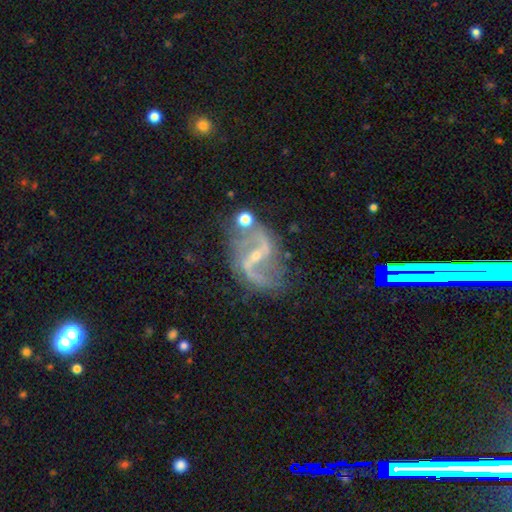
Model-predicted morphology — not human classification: A featured or disk galaxy (89%) with a strong bar (44%), 2 (93%) loose (64%) spiral arms (96%) and a small central bulge (74%). Merging: none (64%).